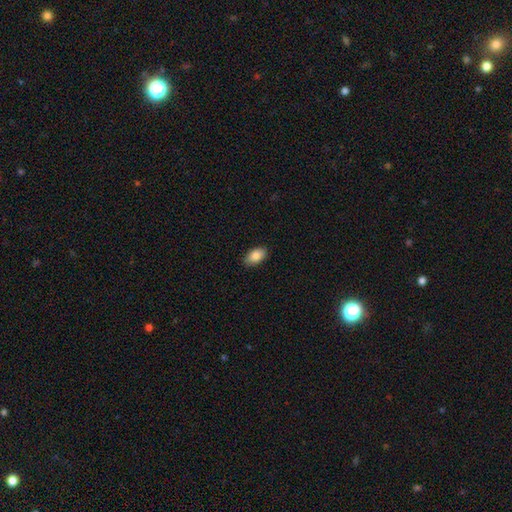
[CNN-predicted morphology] smooth-or-featured: smooth: 85% | featured or disk: 8% | star or artifact: 7%
  how-rounded: in between: 93% | round: 5% | cigar-shaped: 2%
  merging: none: 89% | minor disturbance: 9% | major disturbance: 2% | merger: 1%